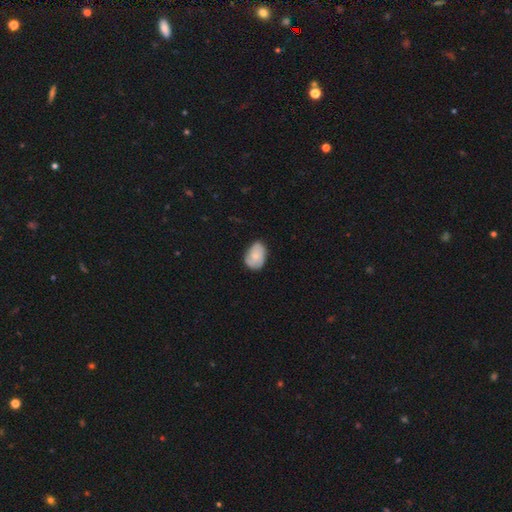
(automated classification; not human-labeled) smooth-or-featured: smooth: 65% | featured or disk: 28% | star or artifact: 7%
  how-rounded: in between: 78% | round: 21% | cigar-shaped: 1%
  merging: none: 66% | minor disturbance: 28% | major disturbance: 5% | merger: 1%